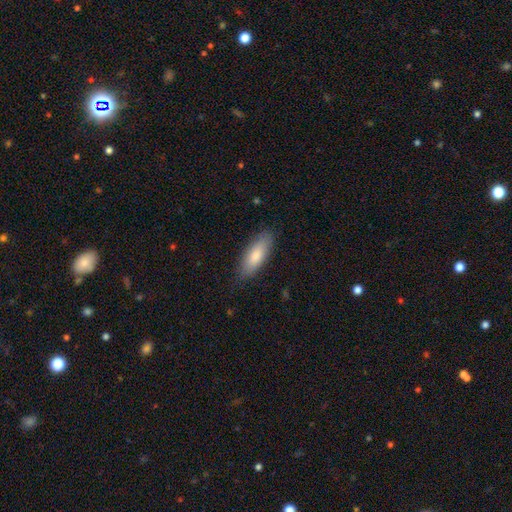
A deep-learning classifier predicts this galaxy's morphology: smooth-or-featured: smooth: 81% | featured or disk: 13% | star or artifact: 5%
  how-rounded: in between: 66% | cigar-shaped: 32% | round: 2%
  merging: none: 84% | minor disturbance: 12% | major disturbance: 3% | merger: 1%